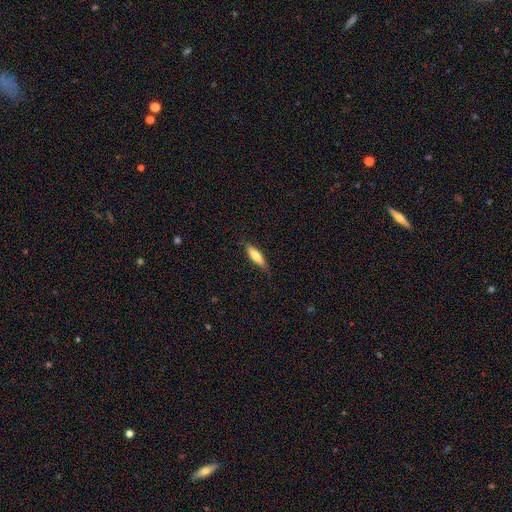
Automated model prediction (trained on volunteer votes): A smooth galaxy with no disk features (71%) that is cigar-shaped (62%).

Vote fractions:
- Smooth or featured? smooth: 71% / featured or disk: 23% / star or artifact: 6%
- How rounded? cigar-shaped: 62% / in between: 37% / round: 2%
- Merging? none: 79% / minor disturbance: 16% / major disturbance: 3% / merger: 1%